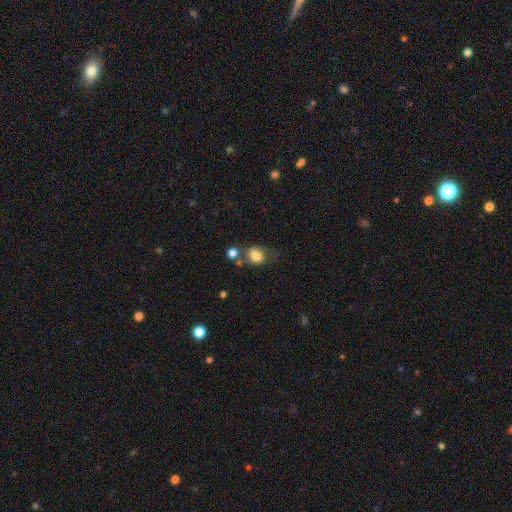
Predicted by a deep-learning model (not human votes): The model was most divided on "how rounded": round: 59%, in between: 40%, cigar-shaped: 1%. Remaining: smooth or featured — smooth (79%); merging — none (49%).